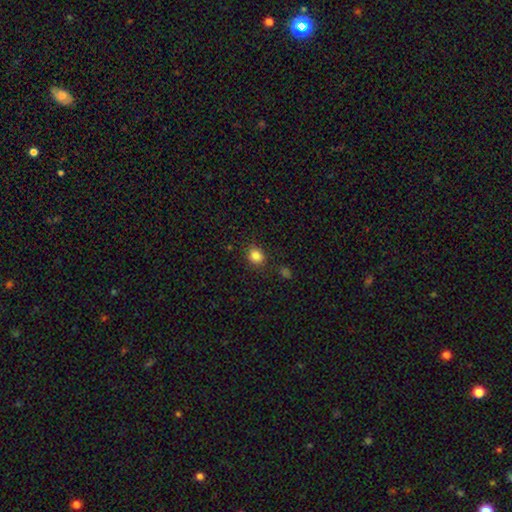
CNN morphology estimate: type=smooth (85%); roundness=round (72%); merging=none (83%).